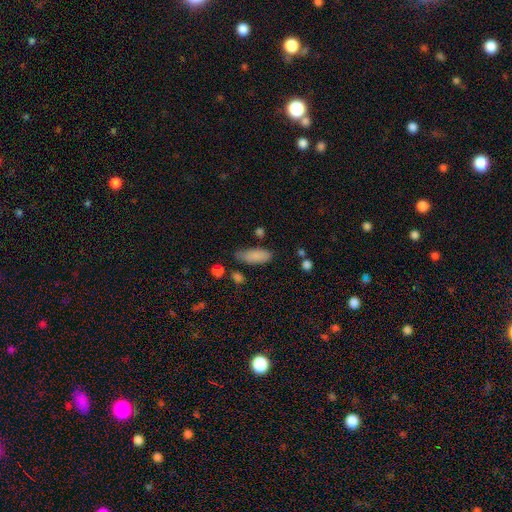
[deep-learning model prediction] Smooth or featured? Predicted: smooth (p=0.86). How rounded? Predicted: in between (p=0.76). Merging? Predicted: none (p=0.65).